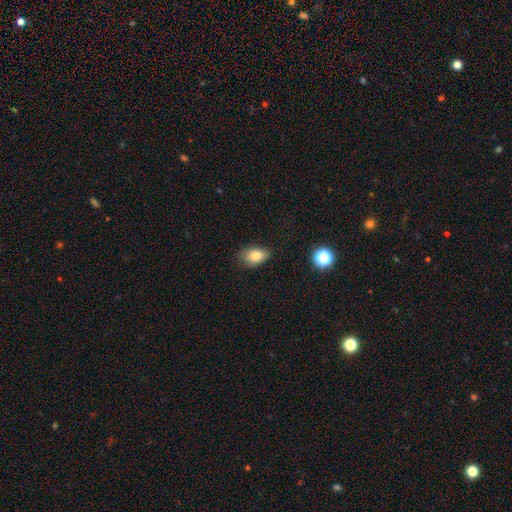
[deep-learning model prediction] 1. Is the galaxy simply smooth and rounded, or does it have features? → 82% smooth, 10% star or artifact, 8% featured or disk.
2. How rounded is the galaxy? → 82% in between, 16% round, 1% cigar-shaped.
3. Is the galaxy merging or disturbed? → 72% none, 23% minor disturbance, 4% major disturbance, 1% merger.